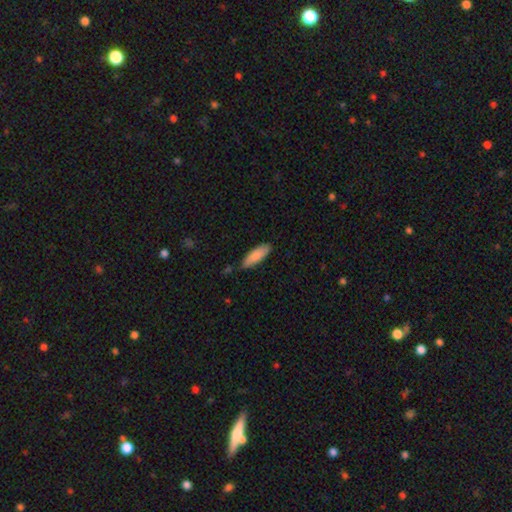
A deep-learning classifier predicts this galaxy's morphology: Smooth or featured: smooth — 84% (featured or disk — 11%)
How rounded: in between — 58% (cigar-shaped — 40%)
Merging: none — 79% (minor disturbance — 16%)